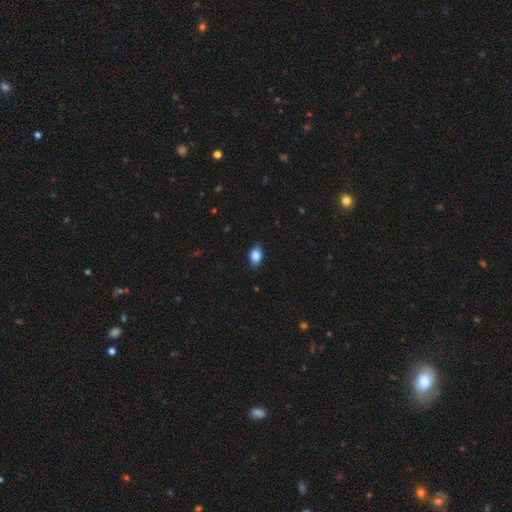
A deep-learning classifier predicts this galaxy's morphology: Overall: smooth (78%). How rounded: in between (83%). Merging: none (83%).